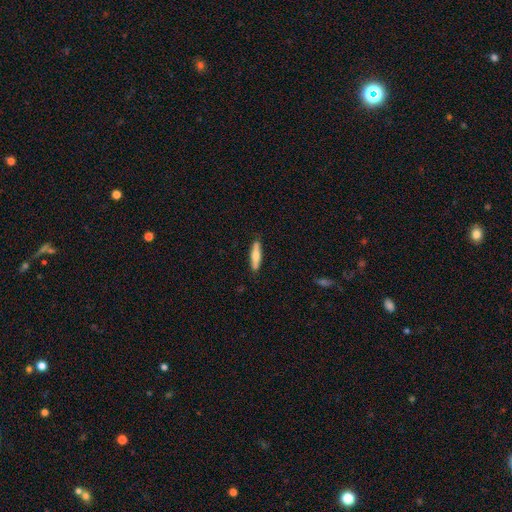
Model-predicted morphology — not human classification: smooth 66%, featured or disk 28%, star or artifact 6%. Down the decision tree: how rounded — cigar-shaped (79%); merging — none (87%).